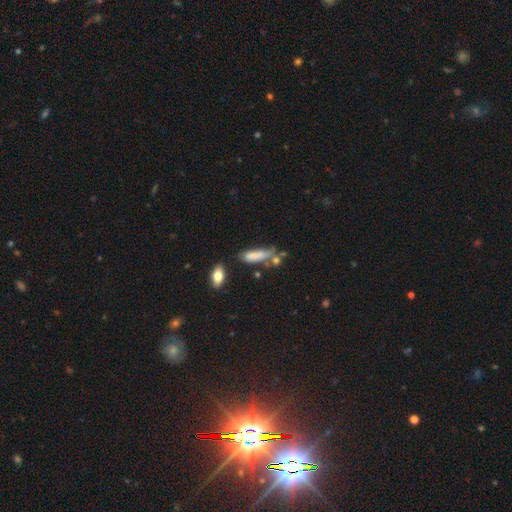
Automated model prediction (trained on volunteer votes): This is likely a smooth galaxy (75%). How rounded: possibly cigar-shaped (60%). Merging: marginally none (44%).